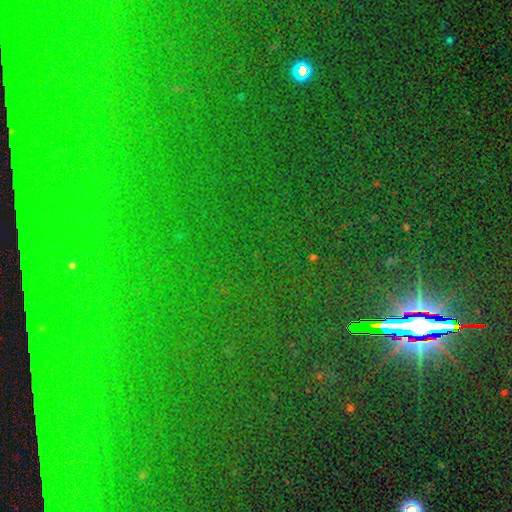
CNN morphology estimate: Smooth or featured?
  - star or artifact: 83% *
  - smooth: 10%
  - featured or disk: 7%